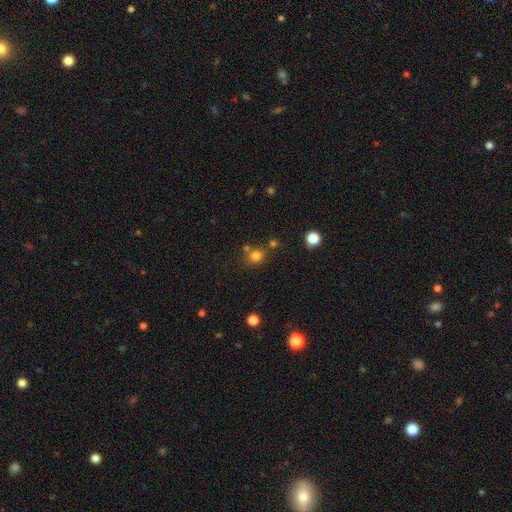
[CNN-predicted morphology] This appears to be a smooth galaxy with no disk features (77%) that is round (86%). Merging: none (70%).